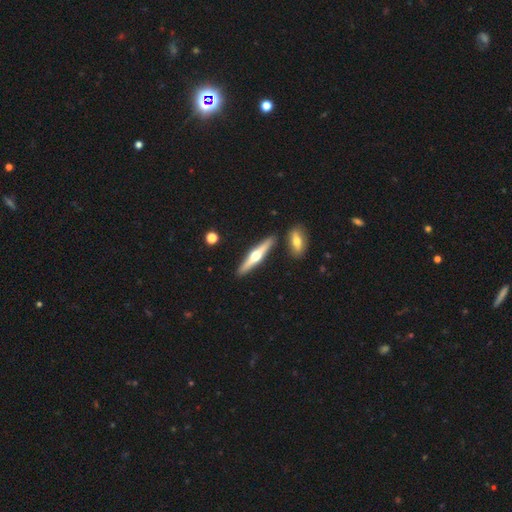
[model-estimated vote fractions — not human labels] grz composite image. It shows a featured or disk galaxy (67%) viewed edge-on (96%) with a rounded central bulge (95%). Merging: none (87%).